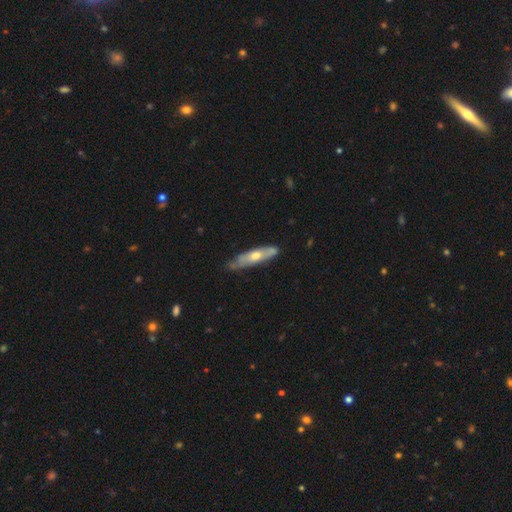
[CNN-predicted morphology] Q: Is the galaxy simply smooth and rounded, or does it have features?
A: featured or disk — 54%.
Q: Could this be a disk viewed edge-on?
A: yes — 60%.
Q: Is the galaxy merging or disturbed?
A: none — 70%.